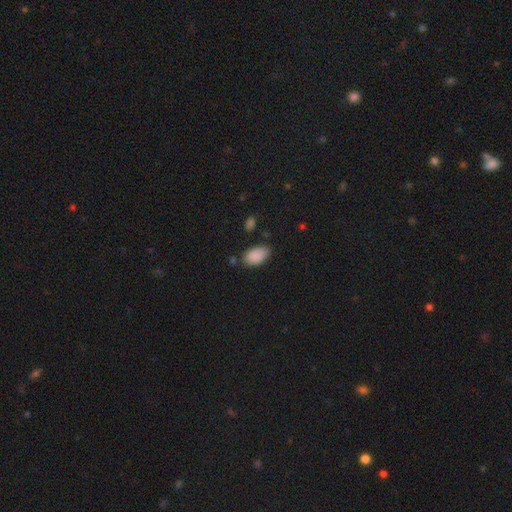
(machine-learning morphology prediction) Q: Smooth or featured?
A: smooth (89%); runner-up: star or artifact (7%)
Q: How rounded?
A: in between (94%); runner-up: round (4%)
Q: Merging?
A: none (74%); runner-up: minor disturbance (19%)